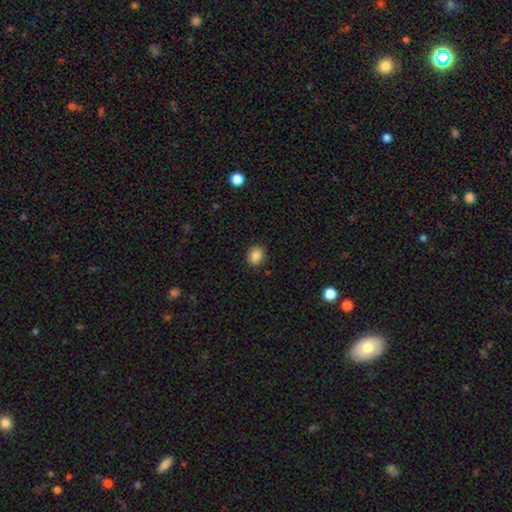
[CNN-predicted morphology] Smooth or featured: smooth — 86% (star or artifact — 9%)
How rounded: round — 54% (in between — 45%)
Merging: none — 89% (minor disturbance — 8%)